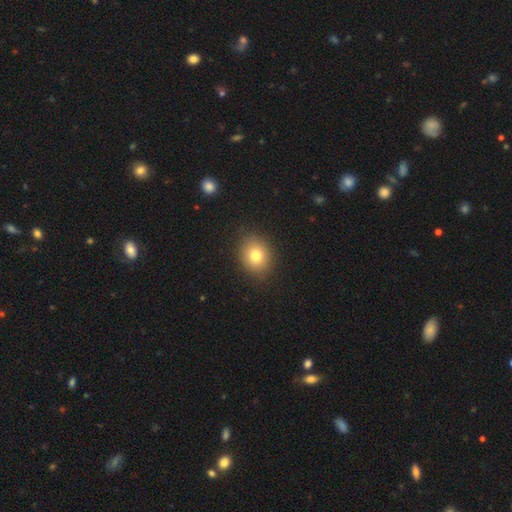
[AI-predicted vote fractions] Smooth or featured? smooth (79%)
How rounded? round (61%)
Merging? none (87%)